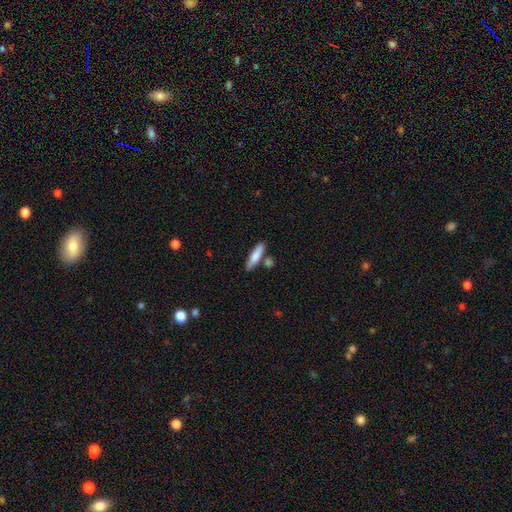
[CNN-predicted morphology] smooth_or_featured: smooth (p=0.76) [alt: featured or disk p=0.19]
how_rounded: cigar-shaped (p=0.74) [alt: in between p=0.24]
merging: none (p=0.74) [alt: minor disturbance p=0.12]